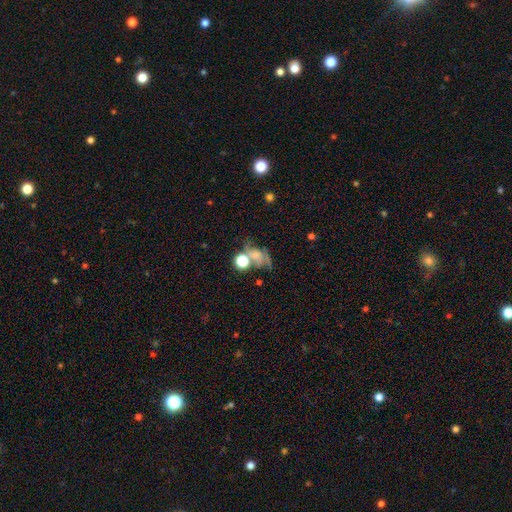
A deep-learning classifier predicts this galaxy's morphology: smooth-or-featured: smooth: 42% | featured or disk: 37% | star or artifact: 22%
  merging: none: 30% | major disturbance: 28% | merger: 26% | minor disturbance: 16%